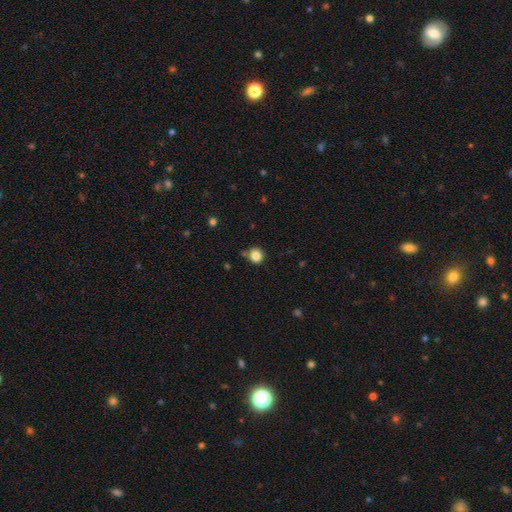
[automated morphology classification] smooth_or_featured: smooth (p=0.85) [alt: star or artifact p=0.11]
how_rounded: round (p=0.88) [alt: in between p=0.11]
merging: none (p=0.77) [alt: minor disturbance p=0.13]